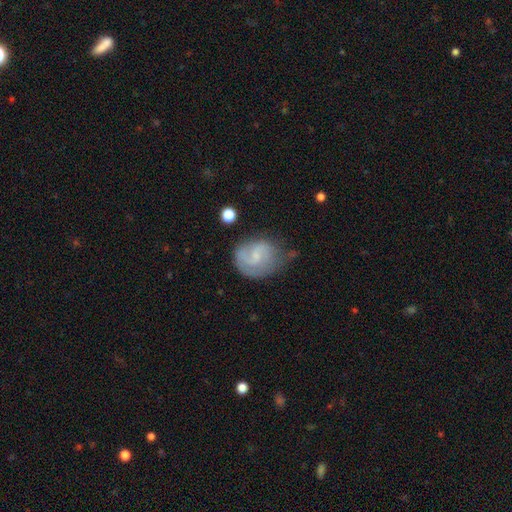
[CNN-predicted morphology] A featured or disk galaxy (57%) with no bar (49%), spiral arms (81%) and a small central bulge (59%).

Vote fractions:
- Smooth or featured? featured or disk: 57% / smooth: 36% / star or artifact: 7%
- Edge-on disk? no: 97% / yes: 3%
- Bar? no: 49% / weak: 44% / strong: 7%
- Spiral arms? yes: 81% / no: 19%
- Bulge size? small: 59% / moderate: 19% / none: 19% / large: 2% / dominant: 1%
- Merging? none: 48% / minor disturbance: 31% / major disturbance: 17% / merger: 3%